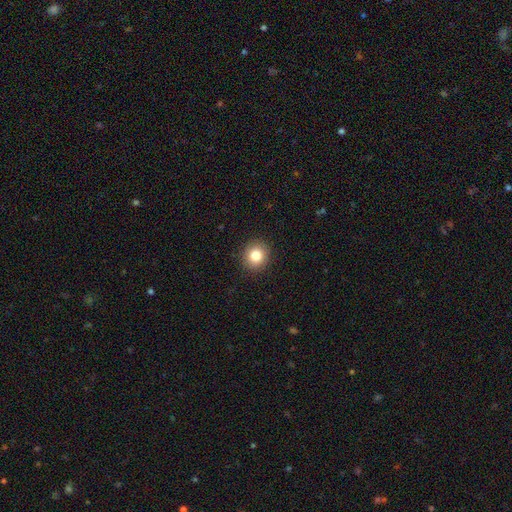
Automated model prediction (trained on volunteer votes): Smooth or featured? Predicted: smooth (p=0.82). How rounded? Predicted: round (p=0.87). Merging? Predicted: none (p=0.91).